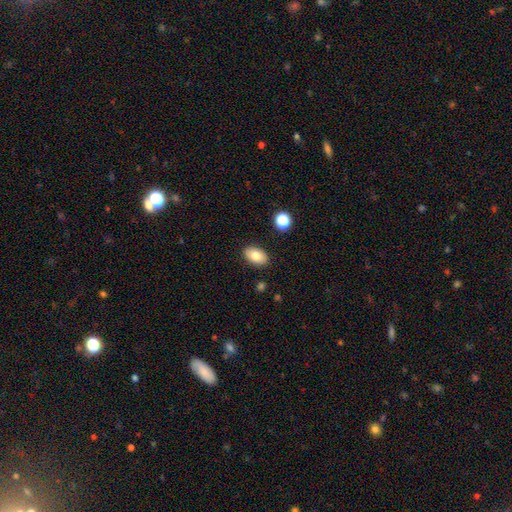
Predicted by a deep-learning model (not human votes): Overall: smooth (82%). How rounded: in between (91%). Merging: none (87%).